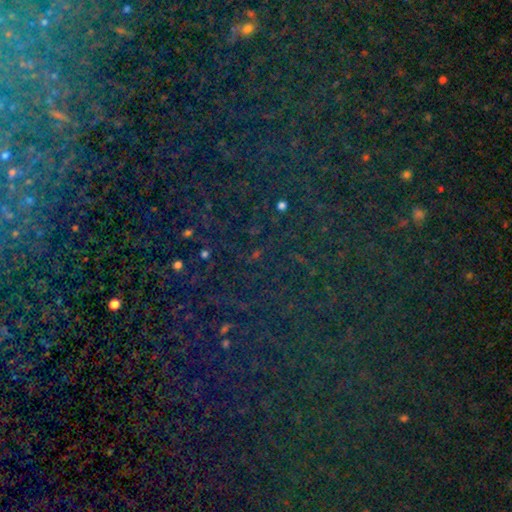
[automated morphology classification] star or artifact 81%, smooth 11%, featured or disk 9%.